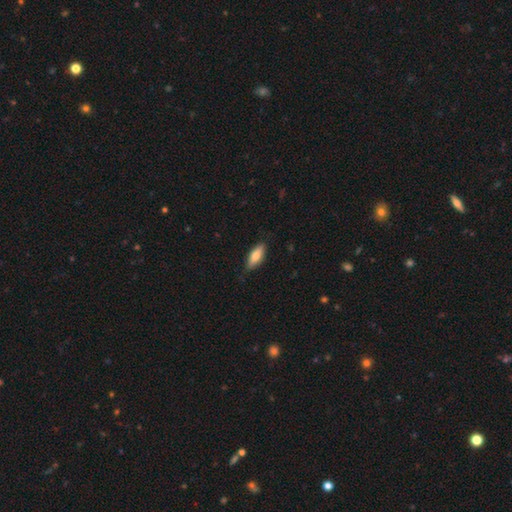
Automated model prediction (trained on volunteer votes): This appears to be a smooth galaxy with no disk features (76%) that is in between round and cigar-shaped (67%). Merging: none (82%).